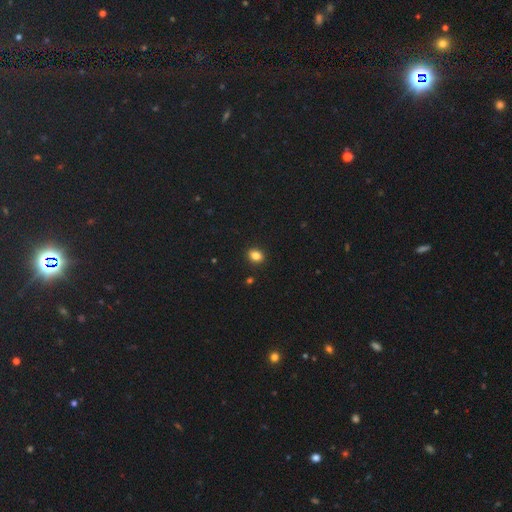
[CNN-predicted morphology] smooth-or-featured: smooth: 84% | star or artifact: 11% | featured or disk: 5%
  how-rounded: in between: 54% | round: 45% | cigar-shaped: 1%
  merging: none: 91% | minor disturbance: 7% | major disturbance: 2% | merger: 1%